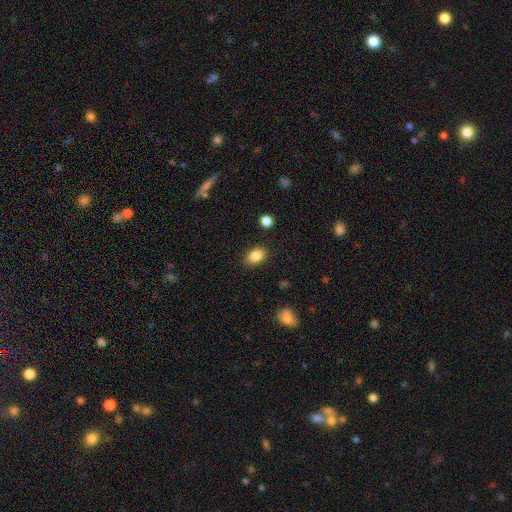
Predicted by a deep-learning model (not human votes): smooth 84%, star or artifact 9%, featured or disk 7%. Down the decision tree: how rounded — in between (82%); merging — none (86%).